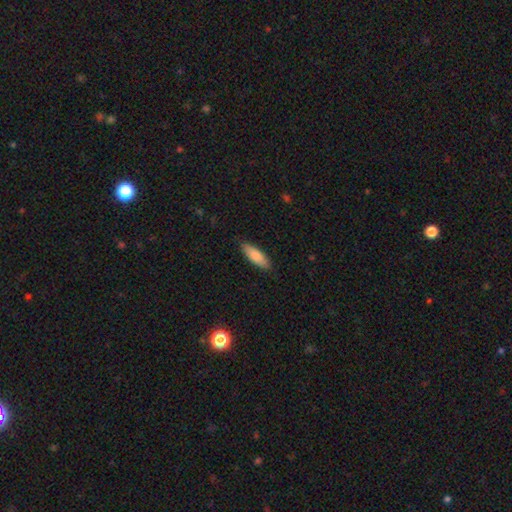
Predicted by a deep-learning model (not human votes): Smooth or featured? smooth (84%)
How rounded? in between (59%)
Merging? none (87%)